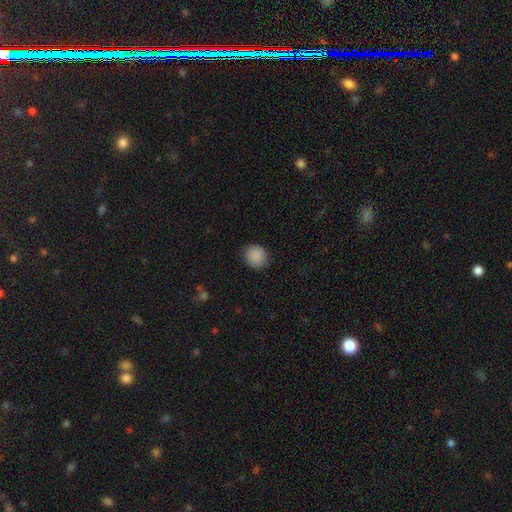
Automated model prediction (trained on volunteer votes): Q: Smooth or featured?
A: smooth (89%); runner-up: star or artifact (8%)
Q: How rounded?
A: round (83%); runner-up: in between (17%)
Q: Merging?
A: none (86%); runner-up: minor disturbance (10%)